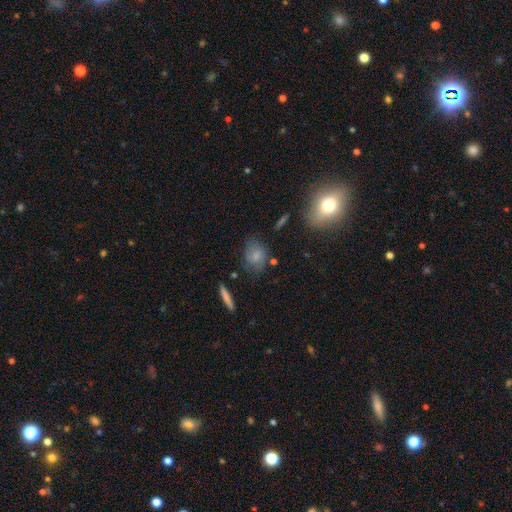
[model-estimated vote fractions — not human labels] Smooth or featured: smooth — 71% (featured or disk — 19%)
How rounded: in between — 61% (round — 36%)
Merging: none — 63% (minor disturbance — 24%)